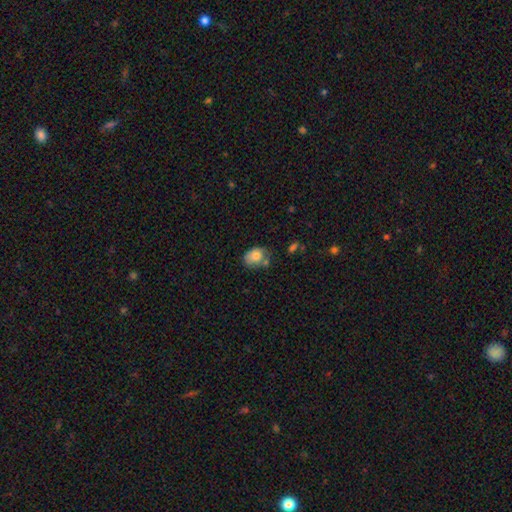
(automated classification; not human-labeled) The model was most divided on "merging": none: 53%, minor disturbance: 27%, merger: 14%, major disturbance: 7%. More confident: smooth or featured — smooth (77%); how rounded — in between (70%).